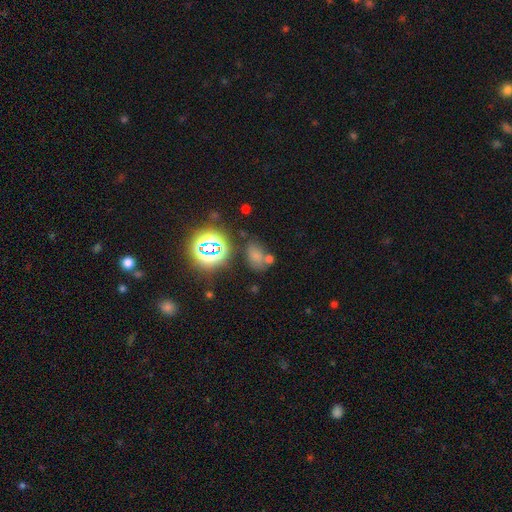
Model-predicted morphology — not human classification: Q: Smooth or featured?
A: smooth (59%); runner-up: star or artifact (31%)
Q: How rounded?
A: in between (75%); runner-up: round (23%)
Q: Merging?
A: none (54%); runner-up: merger (20%)